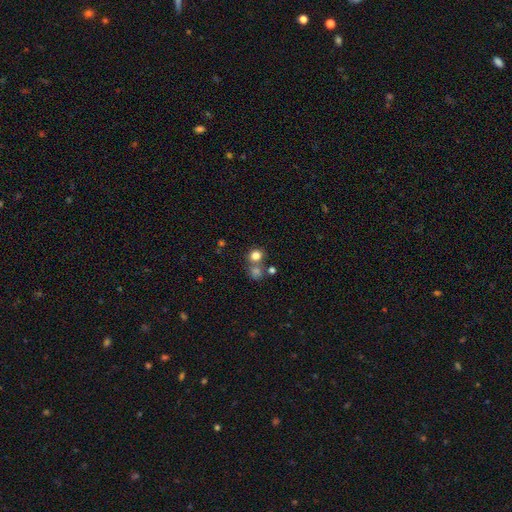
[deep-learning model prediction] smooth 78%, star or artifact 14%, featured or disk 8%. Down the decision tree: how rounded — round (79%); merging — none (57%).